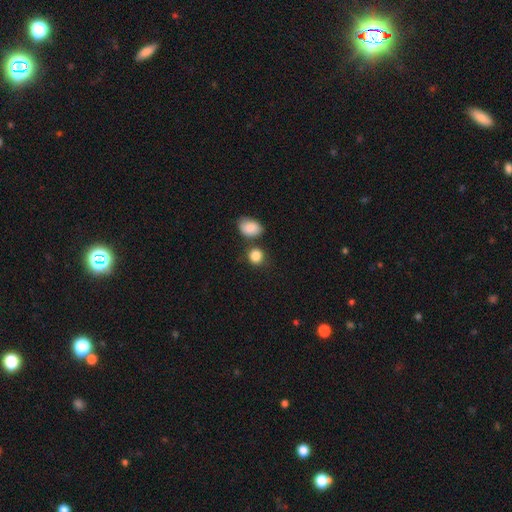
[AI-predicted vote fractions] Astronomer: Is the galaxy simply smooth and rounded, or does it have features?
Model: smooth — 86%.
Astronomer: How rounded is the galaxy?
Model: round — 75%.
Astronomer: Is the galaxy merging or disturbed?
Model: none — 70%.